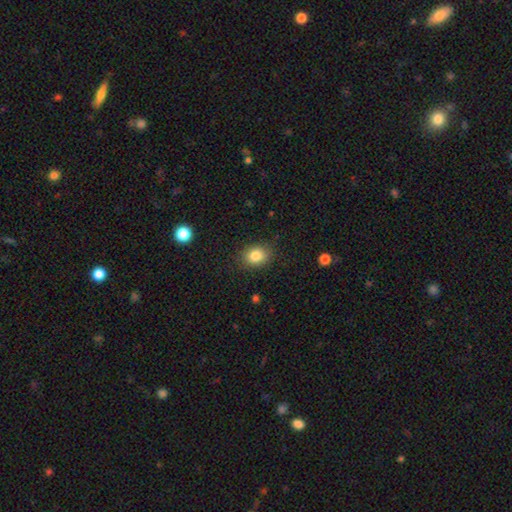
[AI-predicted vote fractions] Overall: smooth (84%). How rounded: in between (51%; round 48%). Merging: none (83%).